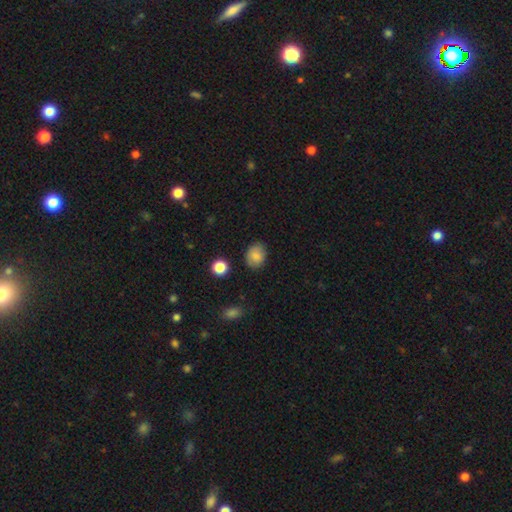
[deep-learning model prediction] Q: Smooth or featured?
A: smooth (85%); runner-up: star or artifact (9%)
Q: How rounded?
A: in between (53%); runner-up: round (46%)
Q: Merging?
A: none (83%); runner-up: minor disturbance (13%)